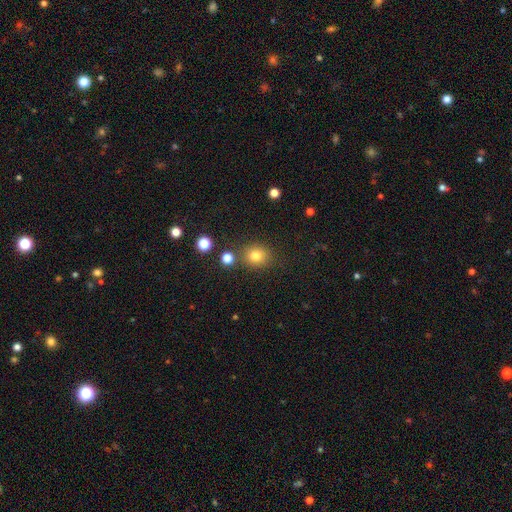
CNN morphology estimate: smooth 80%, star or artifact 14%, featured or disk 7%. Down the decision tree: how rounded — round (77%); merging — none (80%).